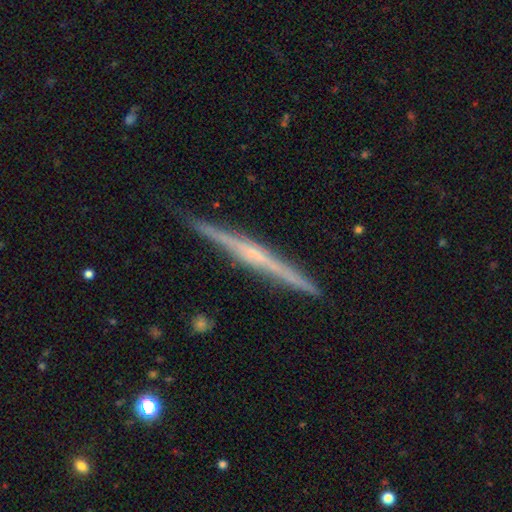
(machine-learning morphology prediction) smooth-or-featured: featured or disk: 79% | smooth: 15% | star or artifact: 6%
  disk-edge-on: yes: 98% | no: 2%
    edge-on-bulge: rounded: 53% | none: 36% | boxy: 11%
  merging: none: 89% | minor disturbance: 9% | major disturbance: 1% | merger: 1%